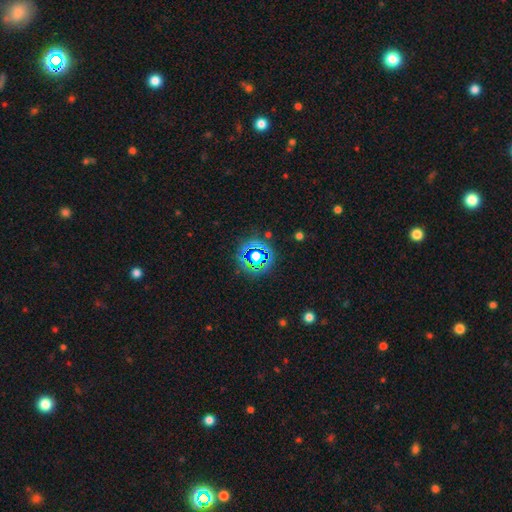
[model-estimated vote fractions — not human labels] This appears to be a star or artifact, not a galaxy (69%).